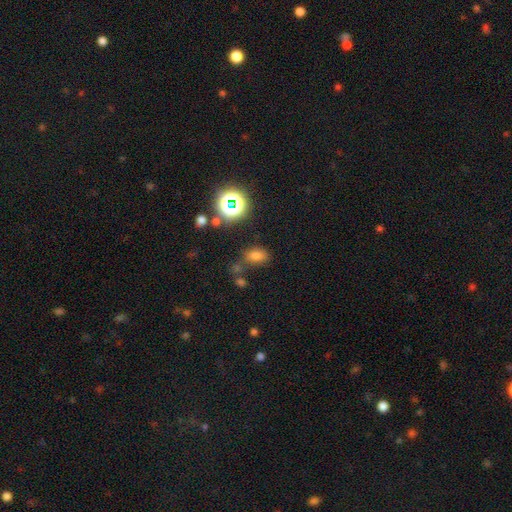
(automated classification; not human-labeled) Overall: smooth (67%). How rounded: in between (81%). Merging: none (63%).